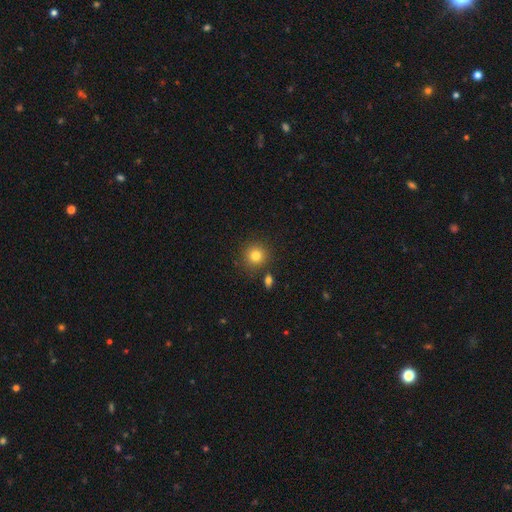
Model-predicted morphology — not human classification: Smooth or featured? smooth (81%)
How rounded? round (92%)
Merging? none (84%)